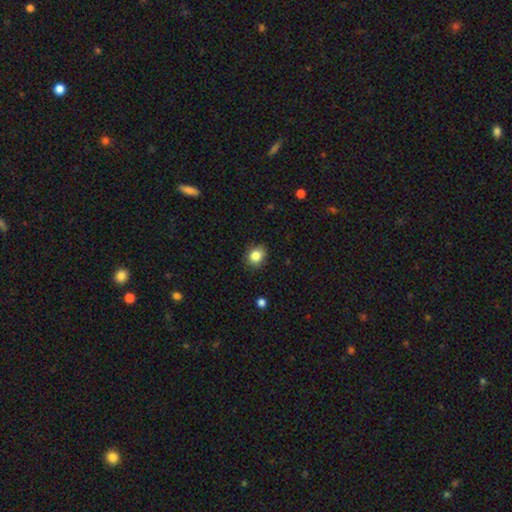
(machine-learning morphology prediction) This appears to be a smooth galaxy with no disk features (85%) that is round (56%). Merging: none (84%).